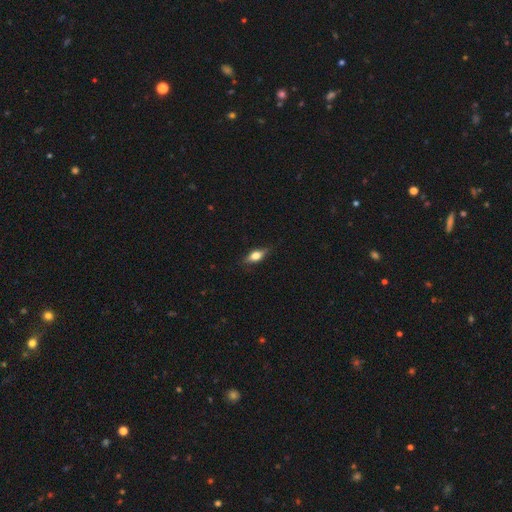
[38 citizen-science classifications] Morphology: type=smooth (50%); roundness=in between (74%); merging=none (80%).